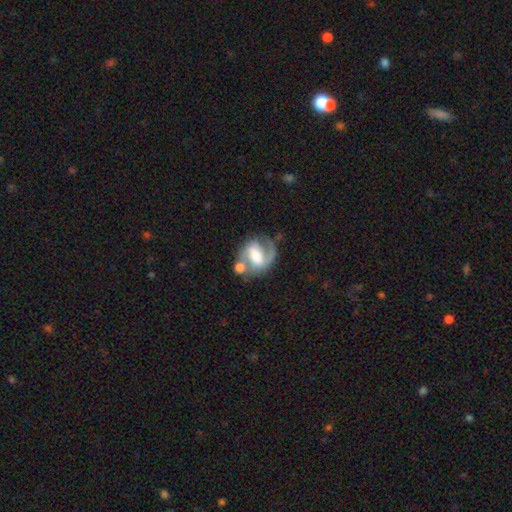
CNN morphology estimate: smooth-or-featured: featured or disk: 72% | smooth: 21% | star or artifact: 7%
  disk-edge-on: no: 97% | yes: 3%
    bar: weak: 42% | strong: 38% | no: 21%
    has-spiral-arms: yes: 85% | no: 15%
      spiral-winding: medium: 49% | loose: 26% | tight: 25%
      spiral-arm-count: 2: 68% | 1: 22% | can't tell: 7% | 3: 1% | 4: 1% | more than 4: 1%
    bulge-size: moderate: 45% | large: 26% | small: 19% | none: 7% | dominant: 3%
  merging: none: 44% | merger: 25% | minor disturbance: 18% | major disturbance: 14%